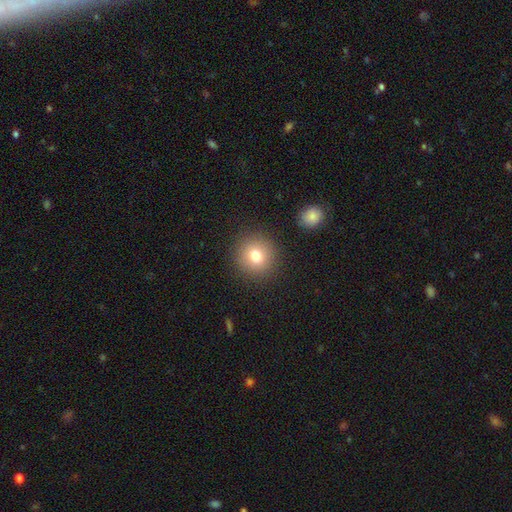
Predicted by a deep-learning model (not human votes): Smooth or featured?
  - smooth: 78% *
  - star or artifact: 12%
  - featured or disk: 10%
How rounded?
  - round: 92% *
  - in between: 7%
  - cigar-shaped: 1%
Merging?
  - none: 89% *
  - minor disturbance: 7%
  - major disturbance: 3%
  - merger: 2%